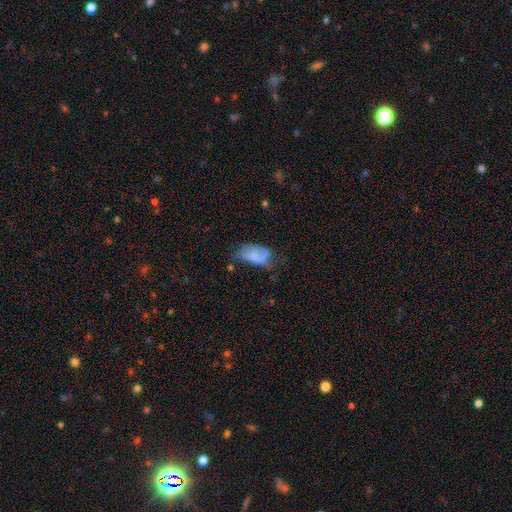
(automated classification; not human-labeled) Morphology: type=smooth (62%); roundness=in between (92%); merging=minor disturbance (36%).